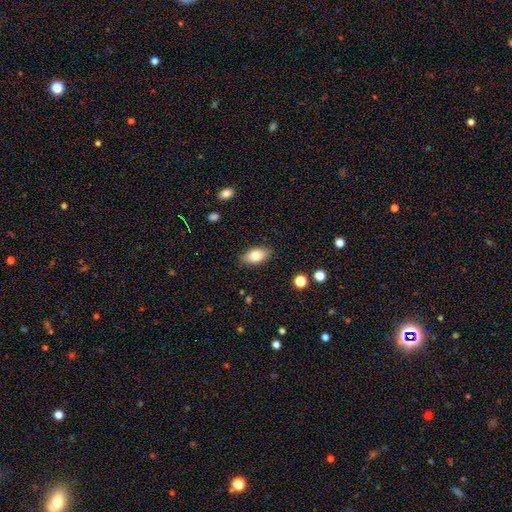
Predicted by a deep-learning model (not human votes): Smooth or featured? smooth (81%)
How rounded? in between (91%)
Merging? none (85%)